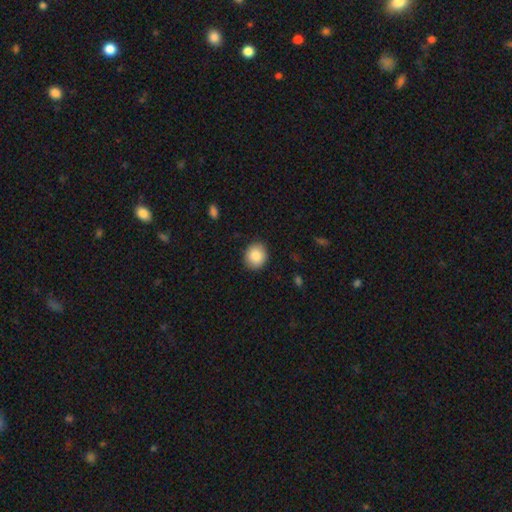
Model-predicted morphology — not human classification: The model was most divided on "how rounded": round: 77%, in between: 23%, cigar-shaped: 1%. More confident: merging — none (89%); smooth or featured — smooth (86%).